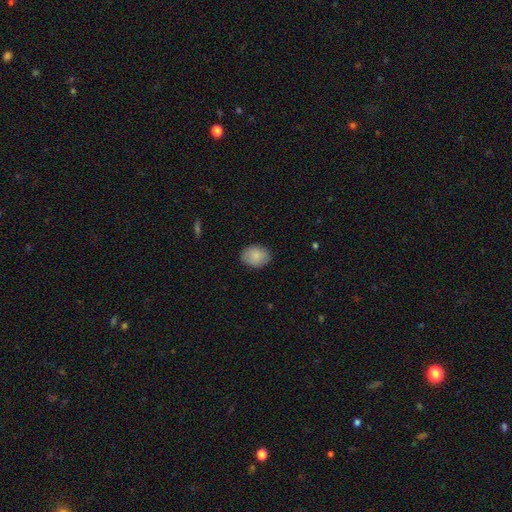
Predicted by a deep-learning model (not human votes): Smooth or featured? Predicted: smooth (p=0.87). How rounded? Predicted: in between (p=0.69). Merging? Predicted: none (p=0.86).